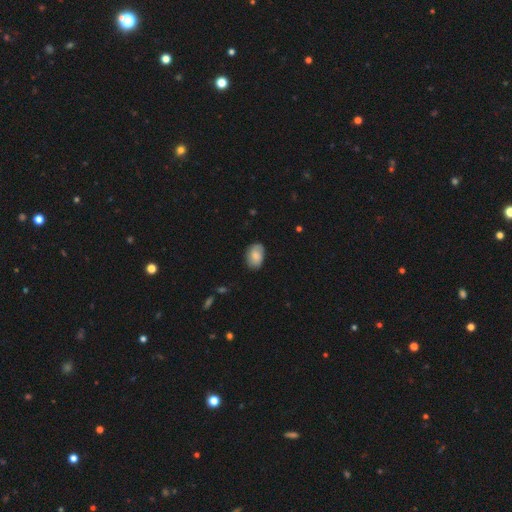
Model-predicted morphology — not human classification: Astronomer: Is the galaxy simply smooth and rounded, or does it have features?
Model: smooth — 77%.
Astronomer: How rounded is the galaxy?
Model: in between — 86%.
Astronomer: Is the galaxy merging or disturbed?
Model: none — 79%.